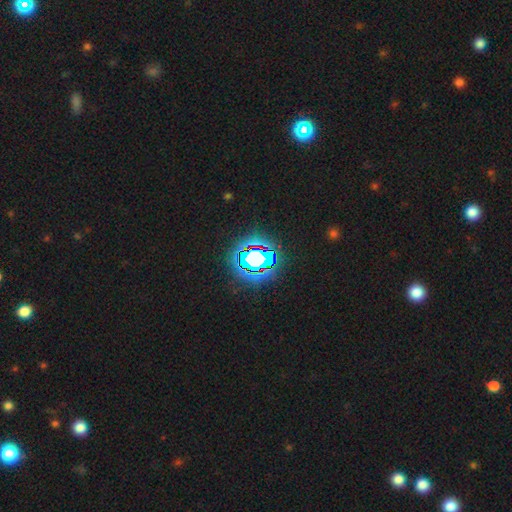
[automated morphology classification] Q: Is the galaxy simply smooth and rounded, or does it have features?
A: star or artifact — 69%.